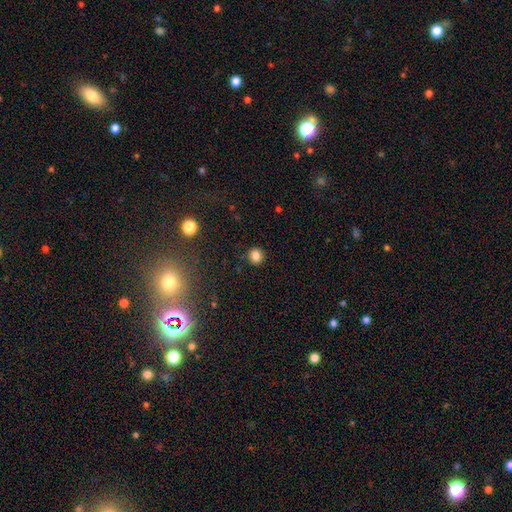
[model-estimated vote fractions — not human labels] Q: Smooth or featured?
A: smooth (83%); runner-up: star or artifact (12%)
Q: How rounded?
A: round (85%); runner-up: in between (14%)
Q: Merging?
A: none (89%); runner-up: minor disturbance (7%)